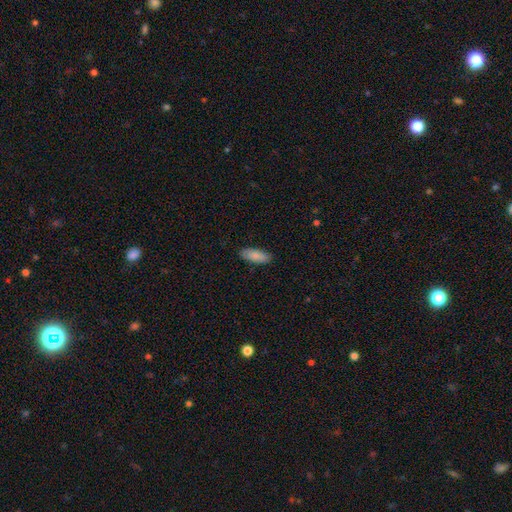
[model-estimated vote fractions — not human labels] smooth-or-featured: smooth: 86% | featured or disk: 8% | star or artifact: 6%
  how-rounded: in between: 81% | cigar-shaped: 17% | round: 2%
  merging: none: 86% | minor disturbance: 11% | major disturbance: 2% | merger: 1%